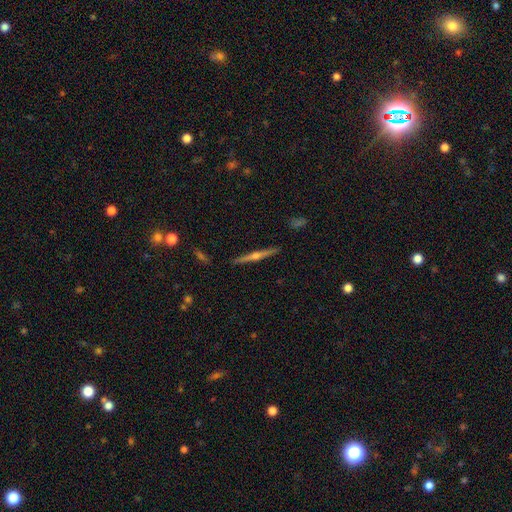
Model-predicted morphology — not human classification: This appears to be a featured or disk galaxy (74%) viewed edge-on (98%) with a rounded central bulge (89%). Merging: none (91%).